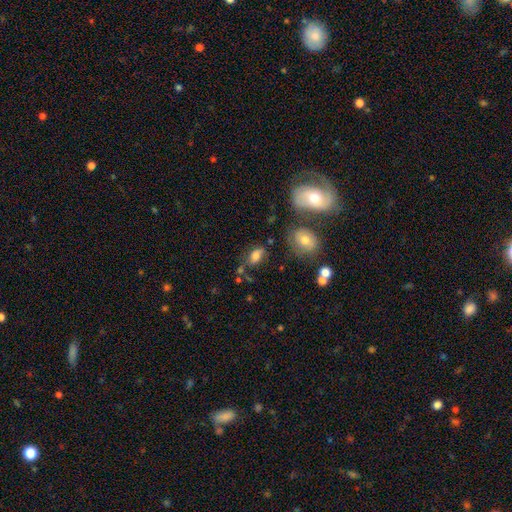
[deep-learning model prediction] Smooth or featured? smooth (75%)
How rounded? in between (85%)
Merging? none (59%)